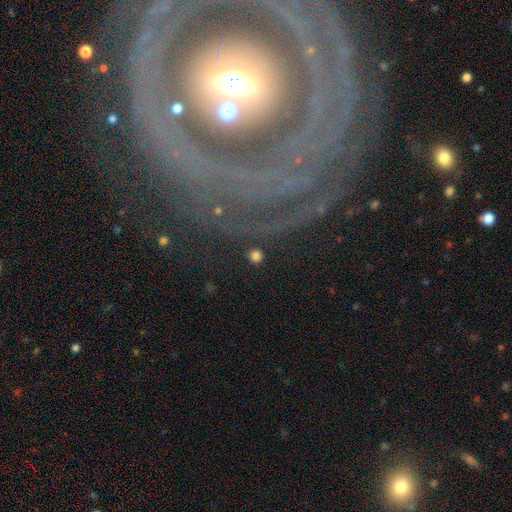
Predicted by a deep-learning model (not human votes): This is likely a smooth galaxy (79%). How rounded: clearly round (92%). Merging: clearly none (89%).